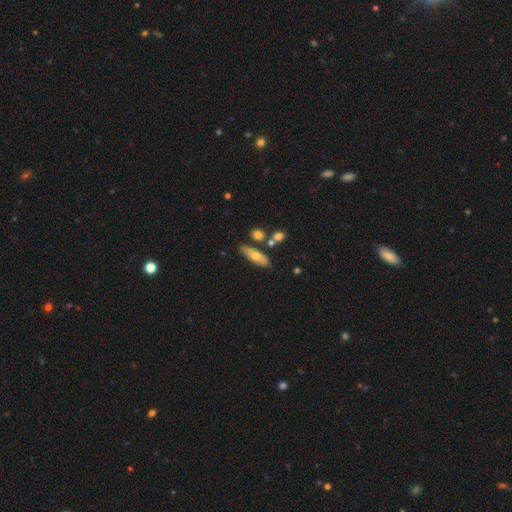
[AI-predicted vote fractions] Smooth or featured?
  - smooth: 55% *
  - featured or disk: 37%
  - star or artifact: 7%
How rounded?
  - in between: 59% *
  - cigar-shaped: 37%
  - round: 4%
Merging?
  - none: 64% *
  - minor disturbance: 19%
  - merger: 12%
  - major disturbance: 5%